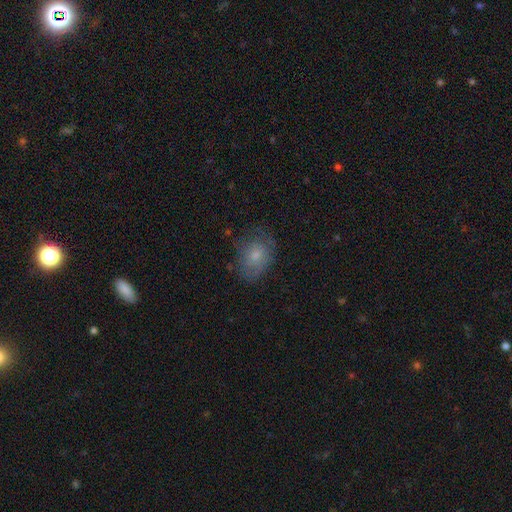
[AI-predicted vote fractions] Q: Smooth or featured?
A: smooth (67%); runner-up: featured or disk (24%)
Q: How rounded?
A: in between (65%); runner-up: round (34%)
Q: Merging?
A: none (62%); runner-up: minor disturbance (25%)